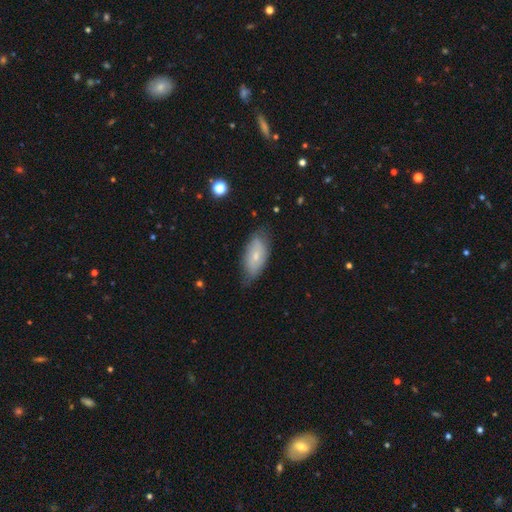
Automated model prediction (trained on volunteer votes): smooth_or_featured: smooth (p=0.54) [alt: featured or disk p=0.39]
how_rounded: in between (p=0.89) [alt: cigar-shaped p=0.08]
merging: none (p=0.69) [alt: minor disturbance p=0.25]